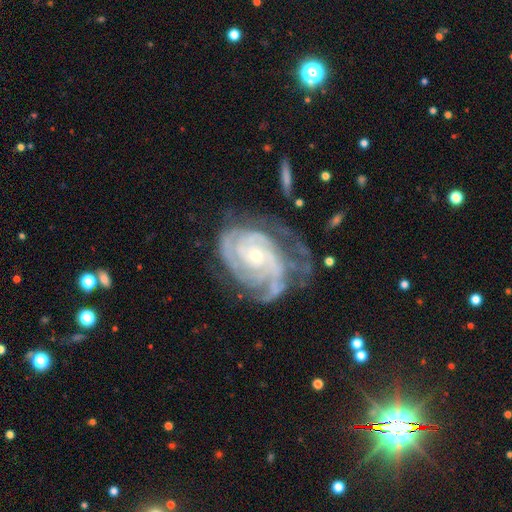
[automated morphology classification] smooth-or-featured: featured or disk: 89% | star or artifact: 6% | smooth: 5%
  disk-edge-on: no: 97% | yes: 3%
    bar: no: 72% | weak: 22% | strong: 7%
    has-spiral-arms: yes: 97% | no: 3%
      spiral-winding: tight: 72% | medium: 23% | loose: 5%
      spiral-arm-count: can't tell: 26% | 3: 25% | 2: 23% | 4: 14% | more than 4: 6% | 1: 6%
    bulge-size: small: 69% | moderate: 28% | large: 1% | none: 1% | dominant: 1%
  merging: none: 45% | minor disturbance: 27% | major disturbance: 25% | merger: 4%